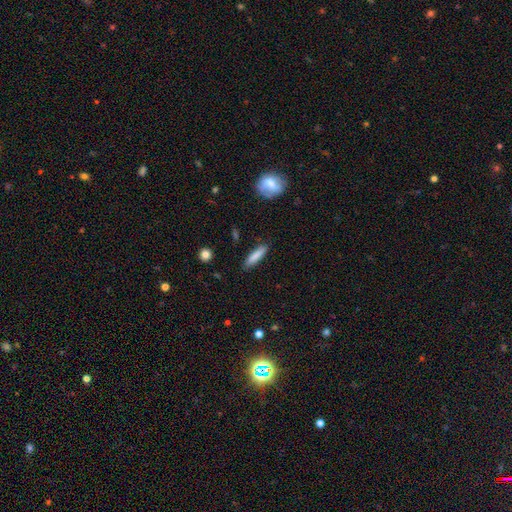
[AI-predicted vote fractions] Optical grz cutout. It shows a smooth galaxy with no disk features (83%) that is cigar-shaped (78%). Merging: none (87%).